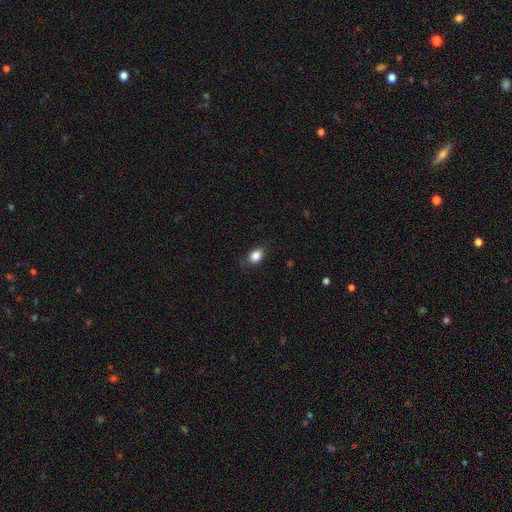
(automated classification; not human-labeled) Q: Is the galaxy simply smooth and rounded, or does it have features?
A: smooth — 86%.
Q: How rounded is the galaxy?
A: in between — 67%.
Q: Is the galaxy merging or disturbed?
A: none — 80%.